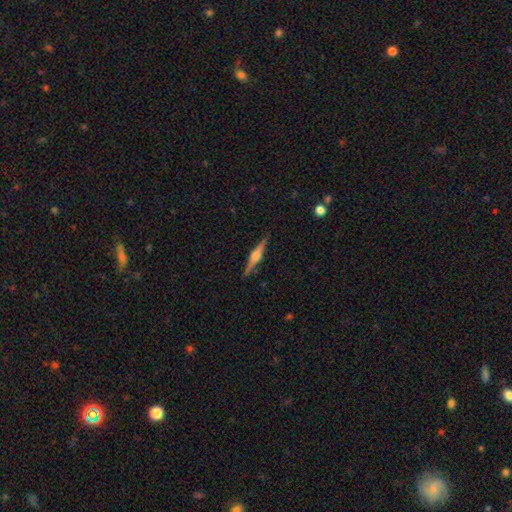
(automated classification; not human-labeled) smooth_or_featured: featured or disk (p=0.78) [alt: smooth p=0.16]
disk_edge_on: yes (p=0.98) [alt: no p=0.02]
edge_on_bulge: rounded (p=0.89) [alt: boxy p=0.09]
merging: none (p=0.90) [alt: minor disturbance p=0.07]